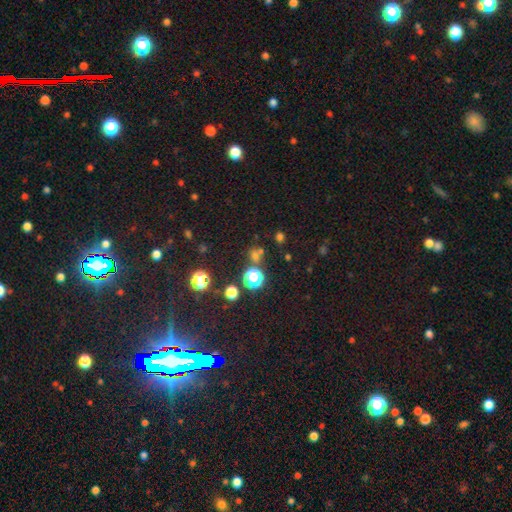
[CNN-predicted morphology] The model was most divided on "smooth or featured": smooth: 50%, star or artifact: 43%, featured or disk: 8%. More confident: merging — none (72%).